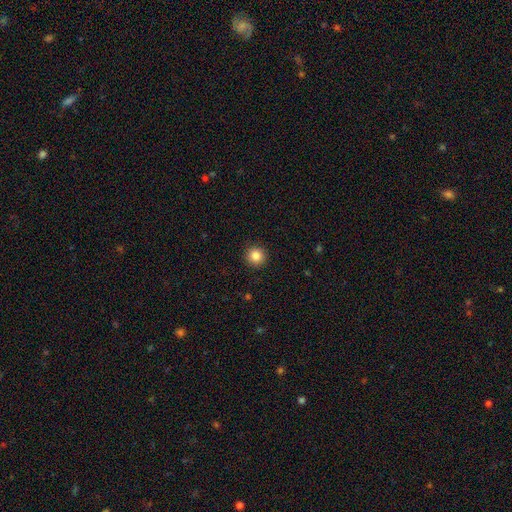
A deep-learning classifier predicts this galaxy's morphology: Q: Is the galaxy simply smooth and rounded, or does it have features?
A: smooth — 85%.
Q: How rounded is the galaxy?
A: round — 95%.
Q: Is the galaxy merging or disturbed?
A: none — 93%.